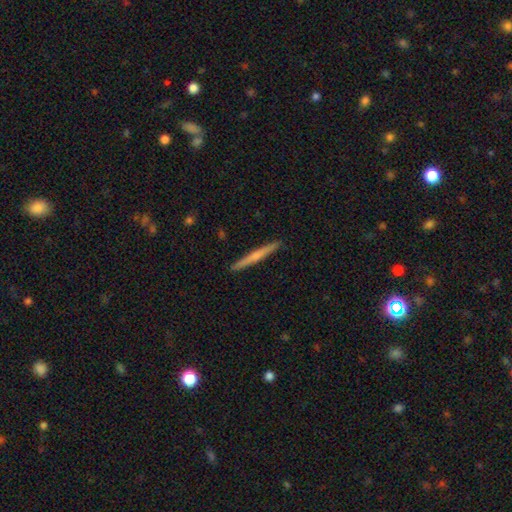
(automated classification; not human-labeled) A featured or disk galaxy (48%). Merging: none (92%).